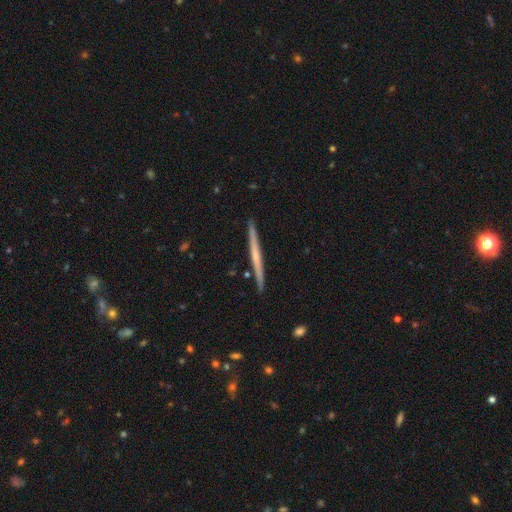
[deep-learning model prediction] Smooth or featured: featured or disk — 60% (smooth — 35%)
Edge-on disk: yes — 98% (no — 2%)
Edge-on bulge: none — 71% (rounded — 23%)
Merging: none — 92% (minor disturbance — 6%)